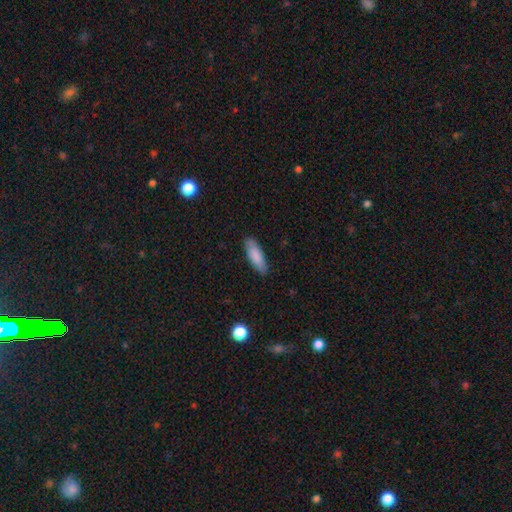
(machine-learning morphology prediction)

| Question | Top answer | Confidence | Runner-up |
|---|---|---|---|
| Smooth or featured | smooth | 85% | featured or disk (10%) |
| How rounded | in between | 59% | cigar-shaped (39%) |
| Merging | none | 85% | minor disturbance (11%) |